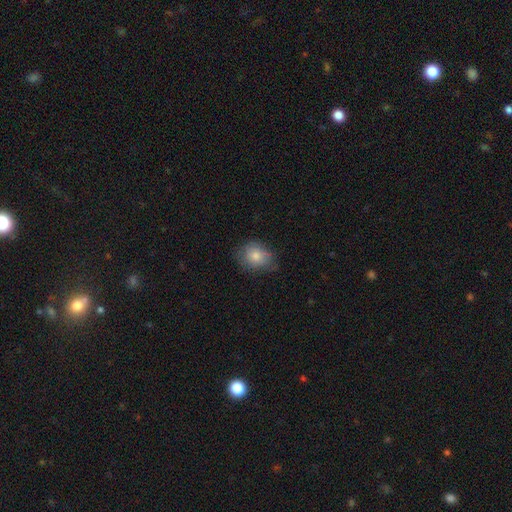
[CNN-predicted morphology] smooth 79%, featured or disk 12%, star or artifact 9%. Down the decision tree: how rounded — round (59%); merging — none (67%).